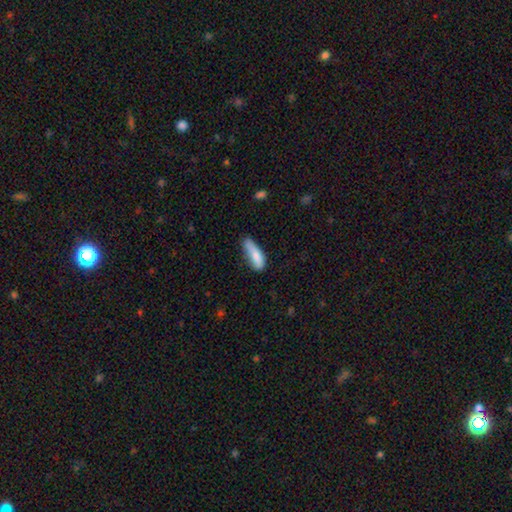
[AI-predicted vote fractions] A smooth galaxy with no disk features (79%) that is cigar-shaped (50%). Merging: none (46%).